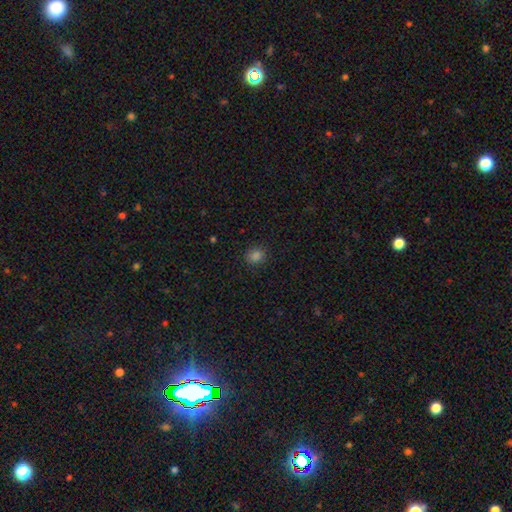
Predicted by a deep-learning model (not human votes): Smooth or featured? smooth (81%)
How rounded? round (74%)
Merging? none (89%)